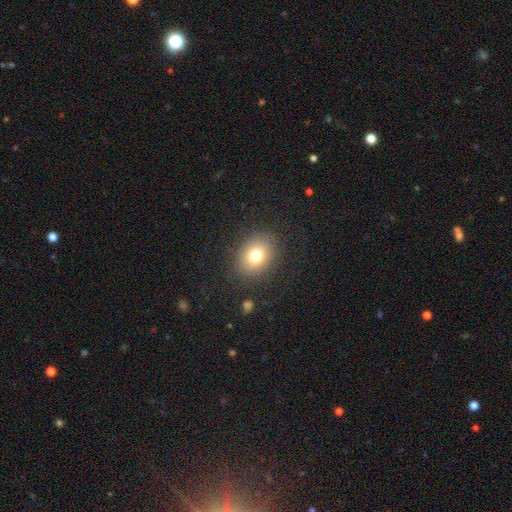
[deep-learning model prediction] Smooth or featured: smooth — 75% (featured or disk — 13%)
How rounded: in between — 54% (round — 45%)
Merging: none — 85% (minor disturbance — 10%)